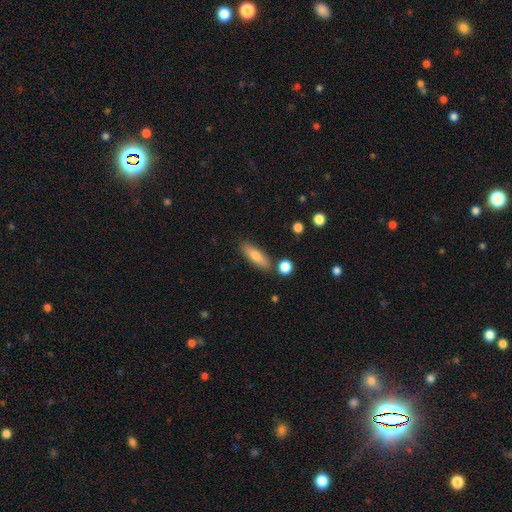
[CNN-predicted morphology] A smooth galaxy with no disk features (75%) that is in between round and cigar-shaped (49%).

Vote fractions:
- Smooth or featured? smooth: 75% / featured or disk: 19% / star or artifact: 7%
- How rounded? in between: 49% / cigar-shaped: 48% / round: 3%
- Merging? none: 82% / minor disturbance: 11% / merger: 5% / major disturbance: 2%